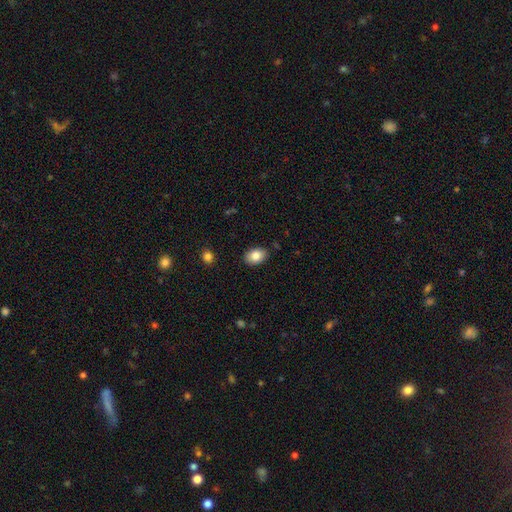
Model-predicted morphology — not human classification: smooth_or_featured: smooth (p=0.84) [alt: featured or disk p=0.08]
how_rounded: in between (p=0.80) [alt: round p=0.19]
merging: none (p=0.86) [alt: minor disturbance p=0.11]